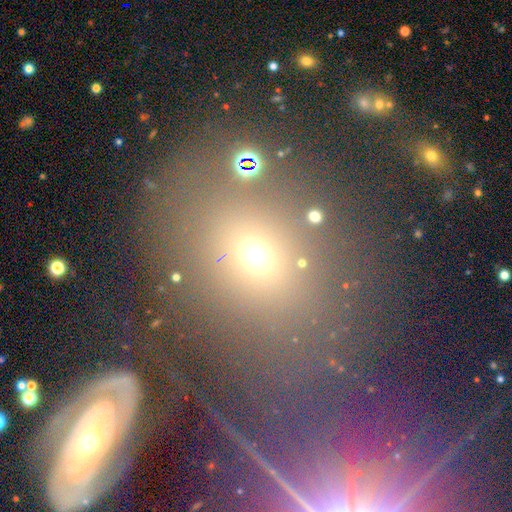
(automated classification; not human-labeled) Smooth or featured? smooth (59%)
How rounded? round (51%)
Merging? none (60%)